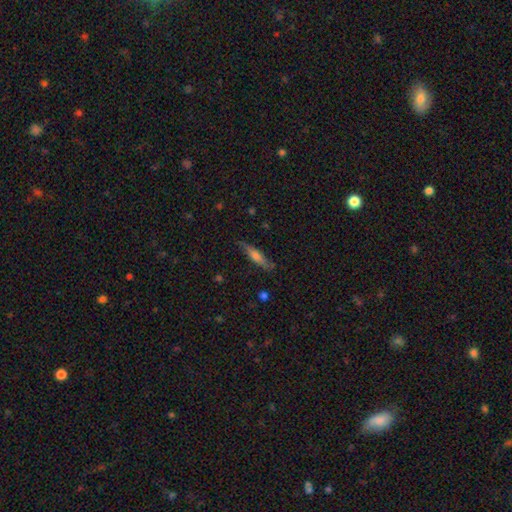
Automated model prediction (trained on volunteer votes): A smooth galaxy with no disk features (49%). Merging: none (80%).